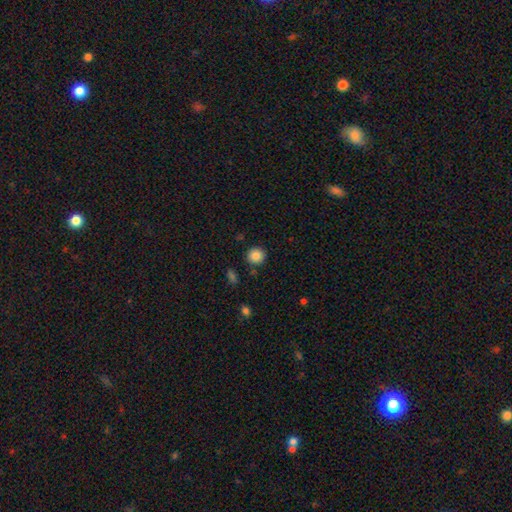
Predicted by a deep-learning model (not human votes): Smooth or featured?
  - smooth: 85% *
  - star or artifact: 9%
  - featured or disk: 5%
How rounded?
  - round: 92% *
  - in between: 7%
  - cigar-shaped: 1%
Merging?
  - none: 89% *
  - minor disturbance: 6%
  - merger: 3%
  - major disturbance: 2%